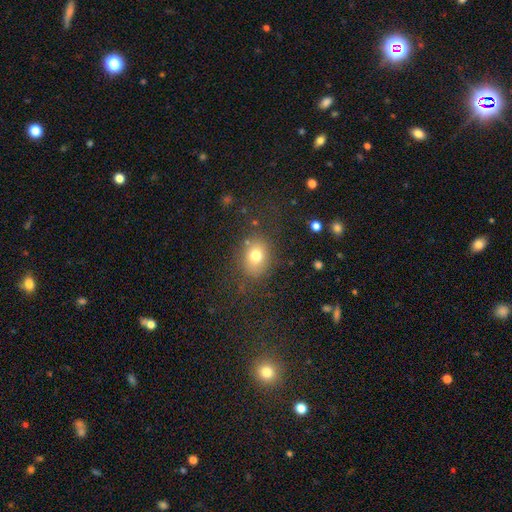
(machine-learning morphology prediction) Smooth or featured? Predicted: smooth (p=0.76). How rounded? Predicted: in between (p=0.54). Merging? Predicted: none (p=0.75).